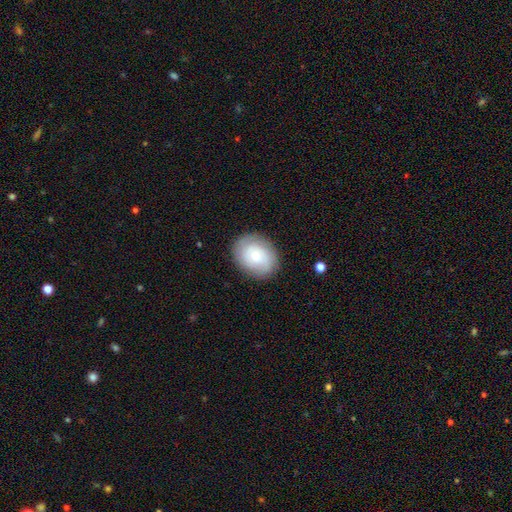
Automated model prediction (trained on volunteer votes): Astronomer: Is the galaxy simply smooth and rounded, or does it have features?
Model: smooth — 58% (runner-up: featured or disk, 35%).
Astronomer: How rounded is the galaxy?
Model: round — 50% (runner-up: in between, 49%).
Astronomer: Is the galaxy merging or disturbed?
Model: none — 83%.